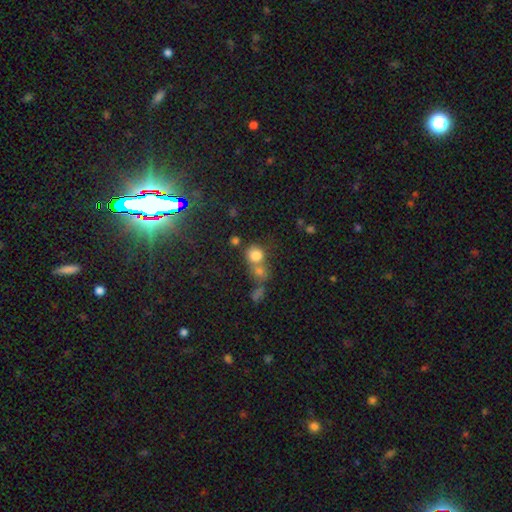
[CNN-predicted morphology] Smooth or featured? Predicted: smooth (p=0.77). How rounded? Predicted: round (p=0.79). Merging? Predicted: merger (p=0.46).